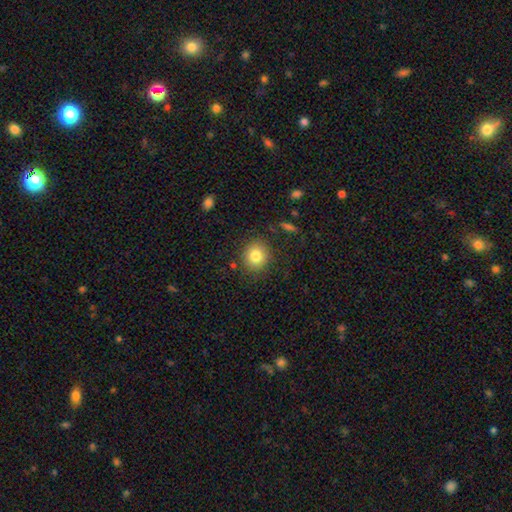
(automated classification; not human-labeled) smooth 80%, star or artifact 11%, featured or disk 9%. Down the decision tree: how rounded — round (85%); merging — none (86%).